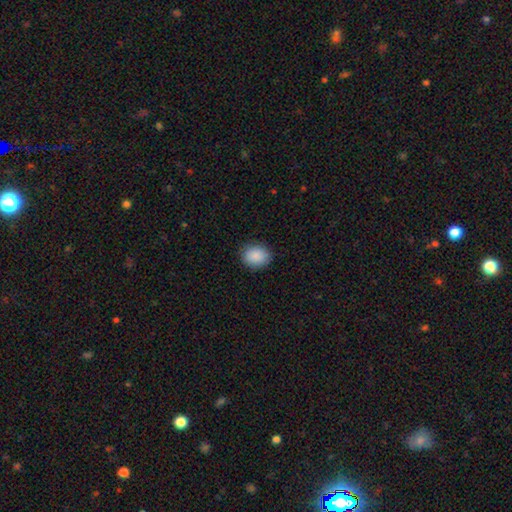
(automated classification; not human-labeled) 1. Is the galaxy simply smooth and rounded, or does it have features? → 89% smooth, 7% star or artifact, 4% featured or disk.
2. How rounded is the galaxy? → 50% in between, 49% round, 1% cigar-shaped.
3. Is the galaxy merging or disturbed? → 88% none, 9% minor disturbance, 2% major disturbance, 1% merger.